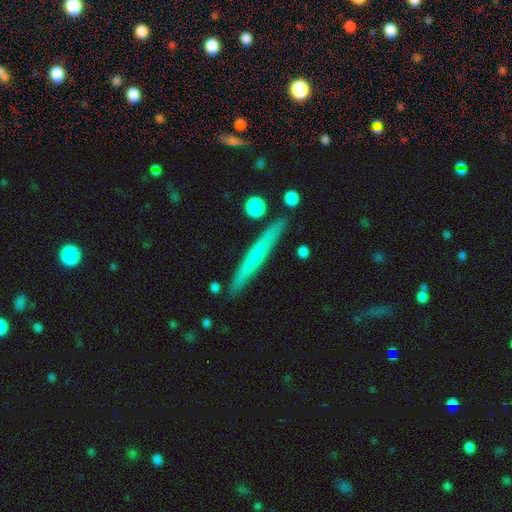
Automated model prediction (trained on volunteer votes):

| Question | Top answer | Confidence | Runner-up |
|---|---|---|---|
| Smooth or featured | smooth | 49% | featured or disk (45%) |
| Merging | none | 86% | minor disturbance (9%) |